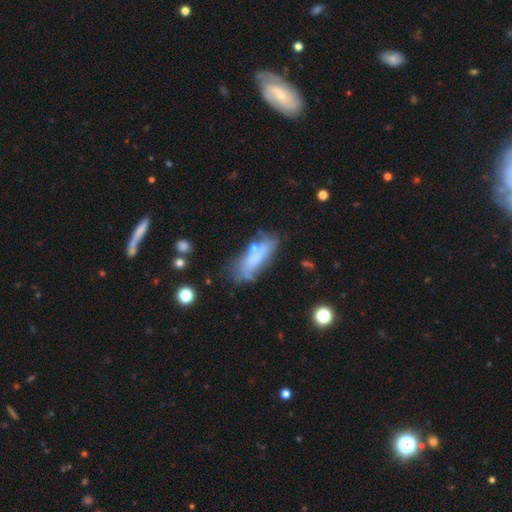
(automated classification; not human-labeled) A smooth galaxy with no disk features (51%) that is in between round and cigar-shaped (55%).

Vote fractions:
- Smooth or featured? smooth: 51% / featured or disk: 39% / star or artifact: 10%
- How rounded? in between: 55% / cigar-shaped: 42% / round: 3%
- Merging? none: 51% / minor disturbance: 25% / merger: 13% / major disturbance: 12%